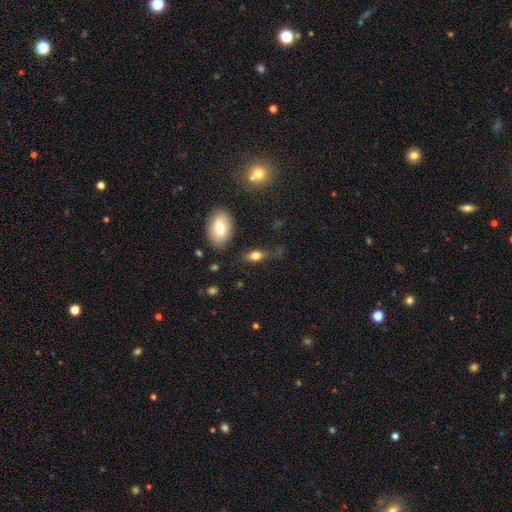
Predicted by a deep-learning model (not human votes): Smooth or featured? Predicted: smooth (p=0.75). How rounded? Predicted: in between (p=0.81). Merging? Predicted: none (p=0.61).